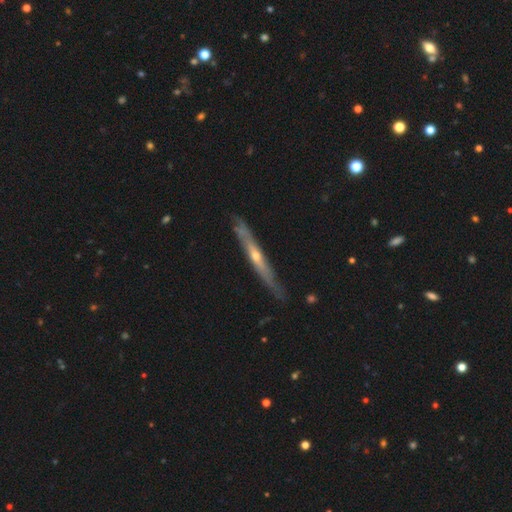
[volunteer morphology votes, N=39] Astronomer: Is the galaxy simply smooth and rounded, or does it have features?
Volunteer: featured or disk — 77%.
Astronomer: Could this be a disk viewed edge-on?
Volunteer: yes — 97%.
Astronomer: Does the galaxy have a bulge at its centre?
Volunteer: rounded — 72%.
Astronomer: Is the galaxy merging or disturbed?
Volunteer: none — 81%.